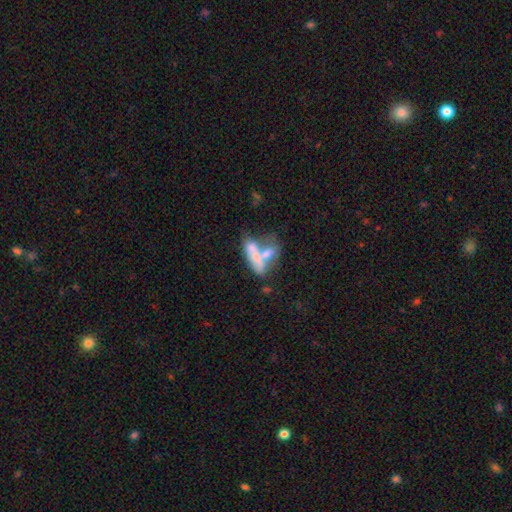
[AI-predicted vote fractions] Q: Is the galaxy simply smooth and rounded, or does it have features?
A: smooth — 52%.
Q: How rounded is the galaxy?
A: in between — 68%.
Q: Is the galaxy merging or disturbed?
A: merger — 64%.